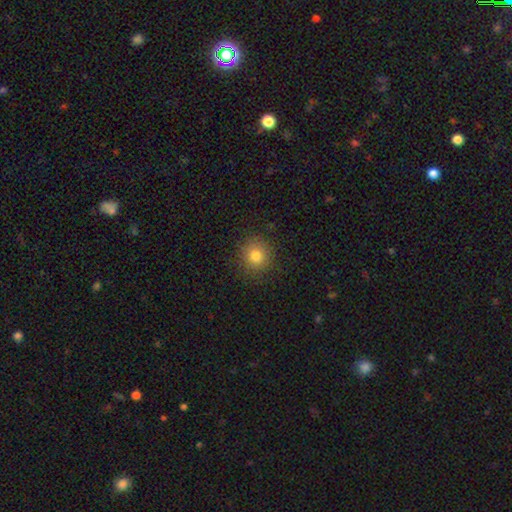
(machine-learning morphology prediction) Overall: smooth (78%). How rounded: round (91%). Merging: none (88%).